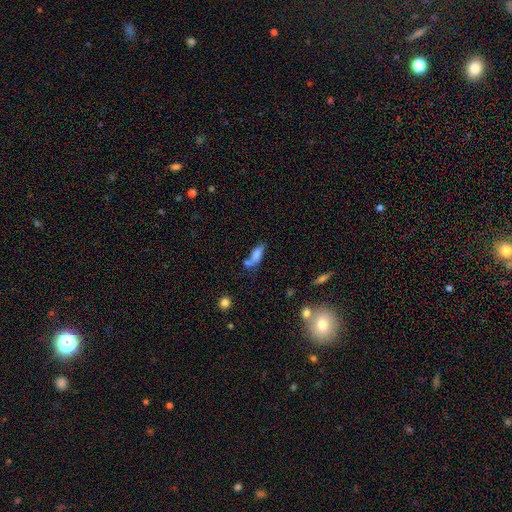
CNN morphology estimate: smooth_or_featured: smooth (p=0.73) [alt: featured or disk p=0.17]
how_rounded: in between (p=0.65) [alt: cigar-shaped p=0.31]
merging: none (p=0.39) [alt: merger p=0.30]